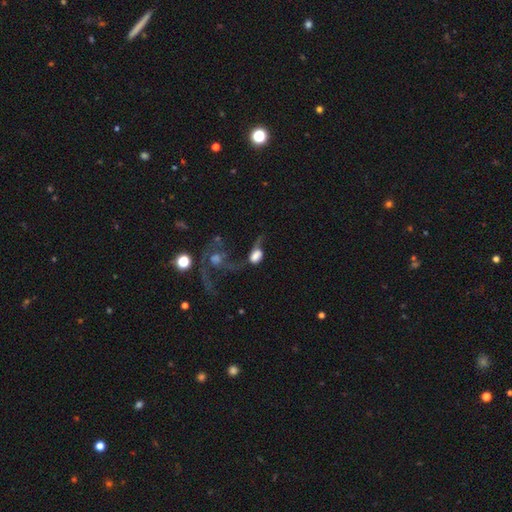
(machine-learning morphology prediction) smooth_or_featured: smooth (p=0.49) [alt: featured or disk p=0.38]
merging: major disturbance (p=0.41) [alt: merger p=0.31]